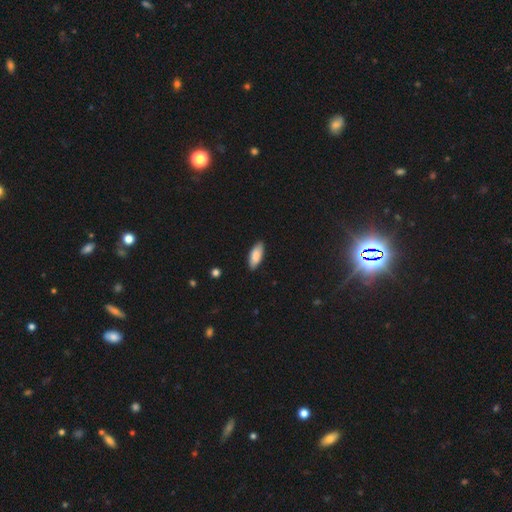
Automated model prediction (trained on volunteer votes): Q: Smooth or featured?
A: smooth (85%); runner-up: featured or disk (9%)
Q: How rounded?
A: in between (82%); runner-up: cigar-shaped (16%)
Q: Merging?
A: none (87%); runner-up: minor disturbance (10%)